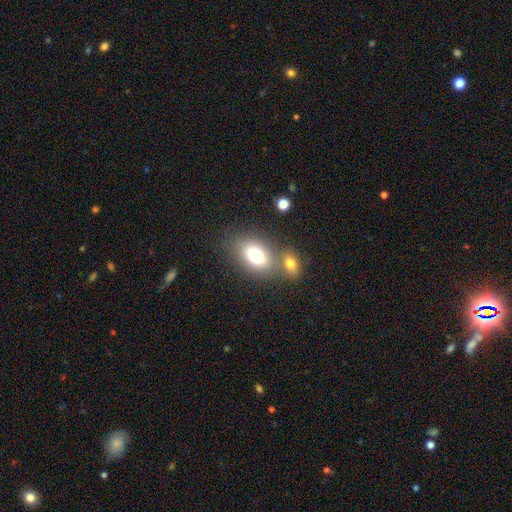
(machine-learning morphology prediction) smooth-or-featured: smooth: 78% | featured or disk: 14% | star or artifact: 8%
  how-rounded: in between: 88% | round: 10% | cigar-shaped: 2%
  merging: none: 50% | merger: 35% | minor disturbance: 11% | major disturbance: 4%